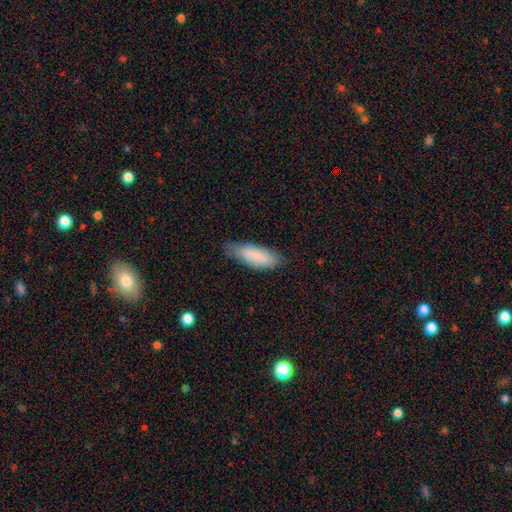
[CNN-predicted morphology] Smooth or featured? smooth (85%)
How rounded? in between (64%)
Merging? none (69%)